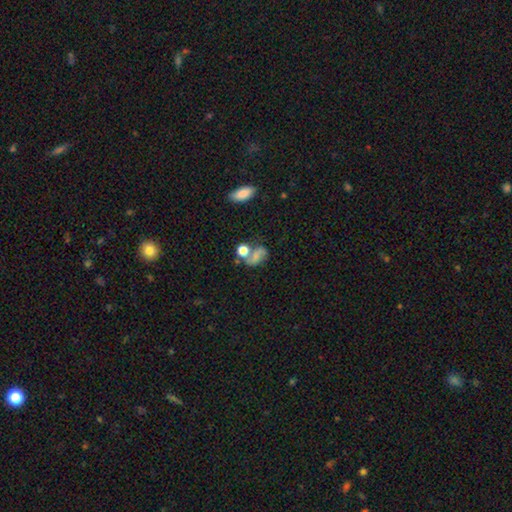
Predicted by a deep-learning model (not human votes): smooth_or_featured: smooth (p=0.50) [alt: featured or disk p=0.35]
how_rounded: in between (p=0.64) [alt: round p=0.33]
merging: none (p=0.35) [alt: merger p=0.32]